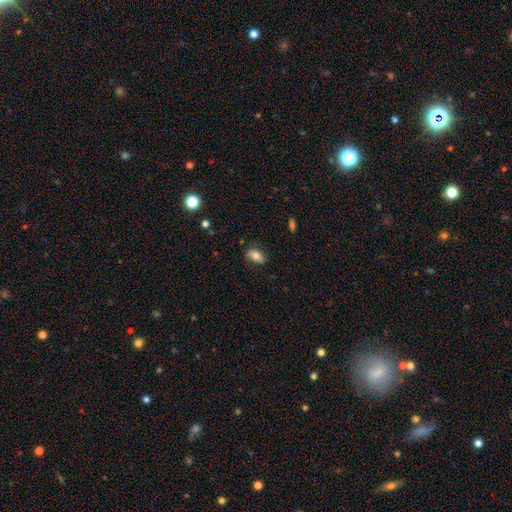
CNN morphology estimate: smooth-or-featured: smooth: 70% | featured or disk: 22% | star or artifact: 8%
  how-rounded: in between: 87% | round: 9% | cigar-shaped: 3%
  merging: none: 72% | minor disturbance: 21% | major disturbance: 5% | merger: 1%